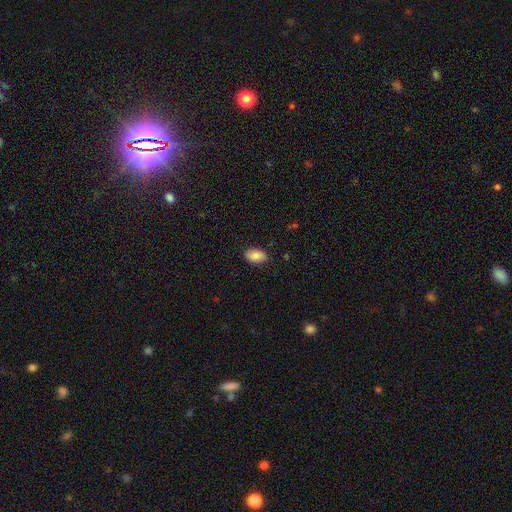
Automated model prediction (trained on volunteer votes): Q: Smooth or featured?
A: smooth (85%); runner-up: featured or disk (8%)
Q: How rounded?
A: in between (93%); runner-up: round (6%)
Q: Merging?
A: none (86%); runner-up: minor disturbance (11%)